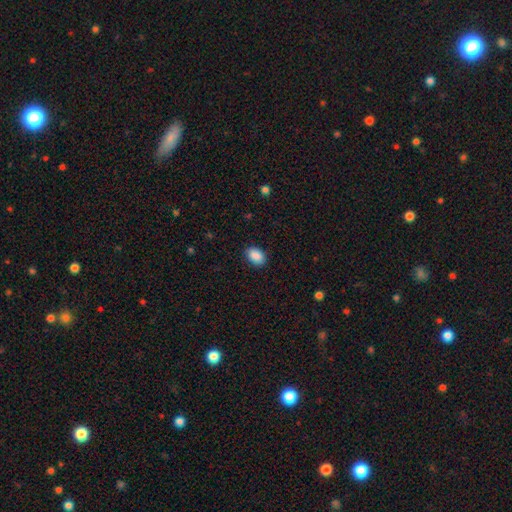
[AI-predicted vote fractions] This is clearly a smooth galaxy (90%). How rounded: clearly in between (84%). Merging: clearly none (88%).